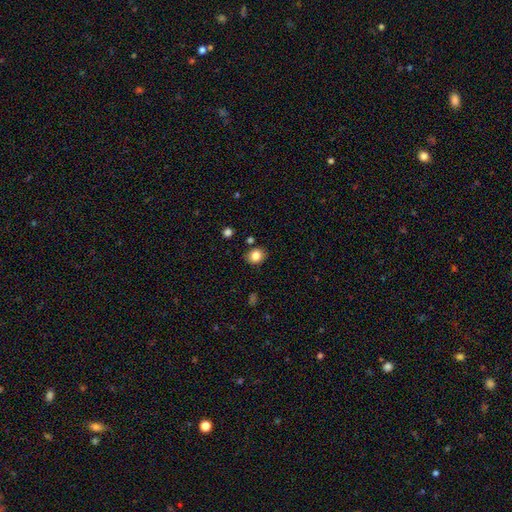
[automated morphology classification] Smooth or featured?
  - smooth: 83% *
  - star or artifact: 10%
  - featured or disk: 7%
How rounded?
  - round: 62% *
  - in between: 37%
  - cigar-shaped: 1%
Merging?
  - none: 84% *
  - minor disturbance: 11%
  - merger: 3%
  - major disturbance: 3%